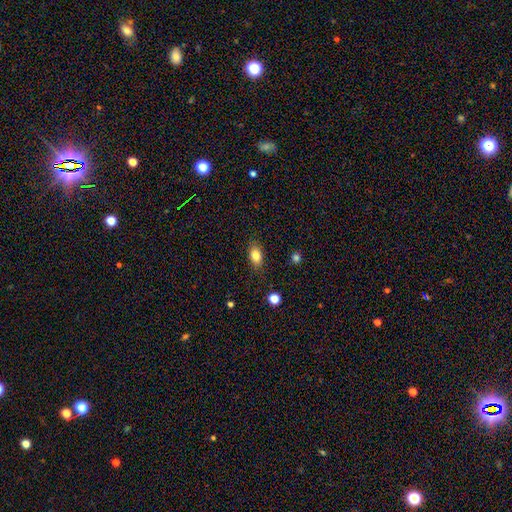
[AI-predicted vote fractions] Smooth or featured? smooth (82%)
How rounded? in between (84%)
Merging? none (84%)